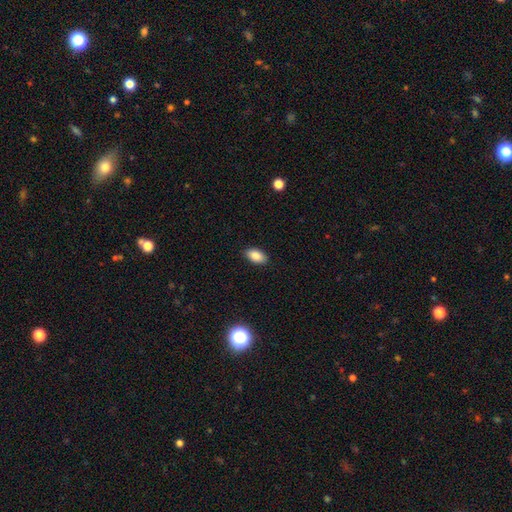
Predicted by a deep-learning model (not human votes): The model was most divided on "smooth or featured": smooth: 86%, star or artifact: 8%, featured or disk: 5%. More confident: how rounded — in between (93%); merging — none (89%).